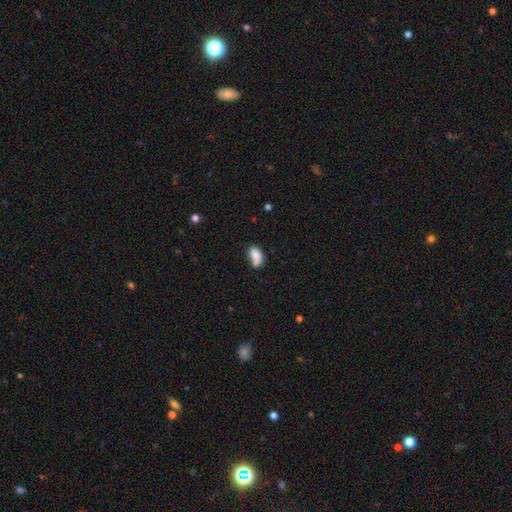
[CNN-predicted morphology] This is likely a smooth galaxy (77%). How rounded: clearly in between (89%). Merging: marginally none (43%).